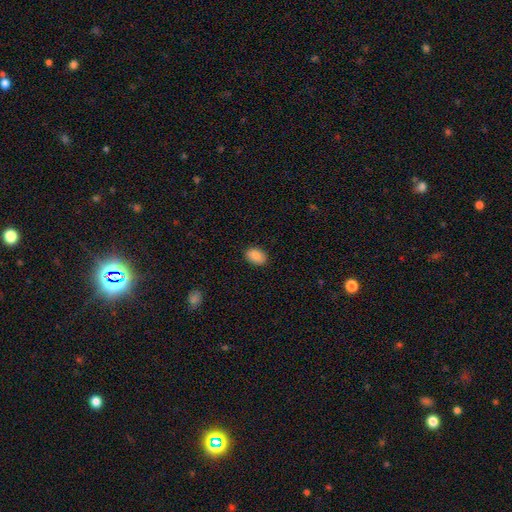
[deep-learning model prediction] A smooth galaxy with no disk features (88%) that is in between round and cigar-shaped (82%). Merging: none (88%).